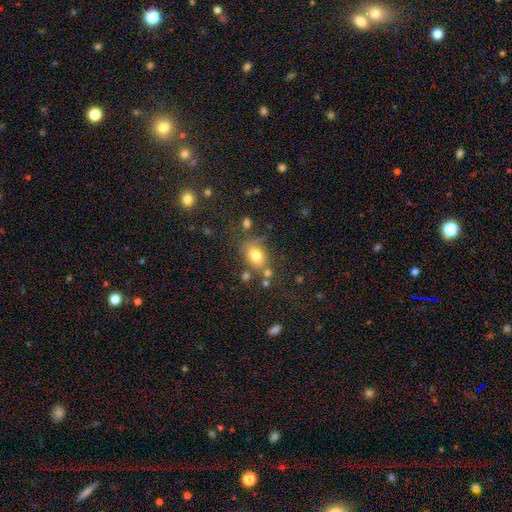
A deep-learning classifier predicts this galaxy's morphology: Q: Smooth or featured?
A: smooth (77%); runner-up: star or artifact (12%)
Q: How rounded?
A: in between (68%); runner-up: round (31%)
Q: Merging?
A: none (64%); runner-up: minor disturbance (18%)